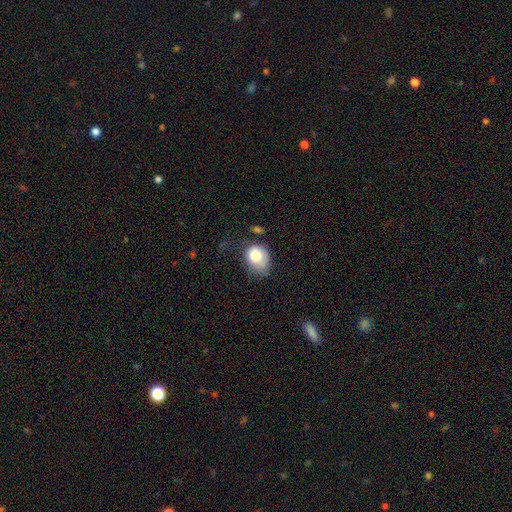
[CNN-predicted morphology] Q: Smooth or featured?
A: smooth (81%); runner-up: featured or disk (11%)
Q: How rounded?
A: in between (57%); runner-up: round (42%)
Q: Merging?
A: none (42%); runner-up: minor disturbance (35%)